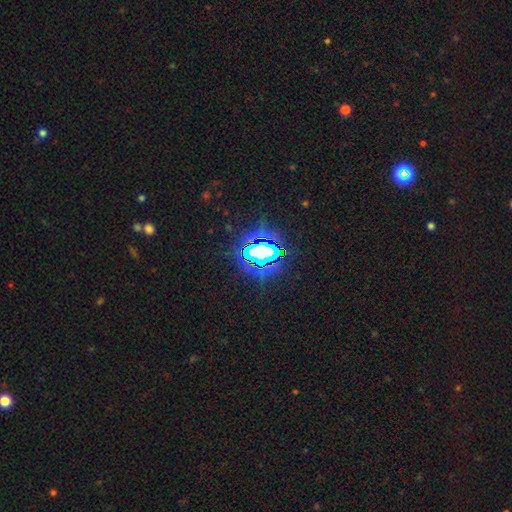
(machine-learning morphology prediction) star or artifact 79%, smooth 13%, featured or disk 9%.